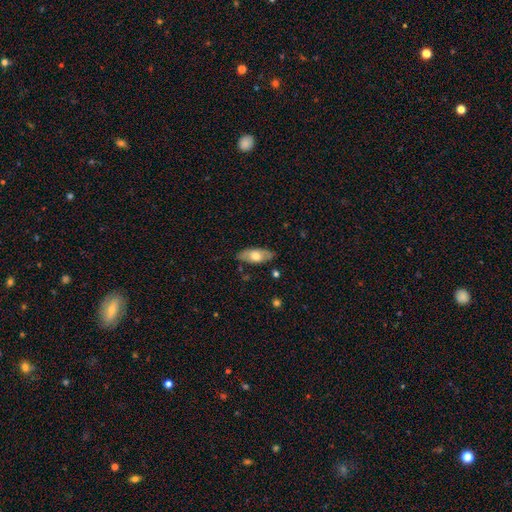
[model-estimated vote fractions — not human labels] Smooth or featured? Predicted: smooth (p=0.56). How rounded? Predicted: in between (p=0.85). Merging? Predicted: none (p=0.82).